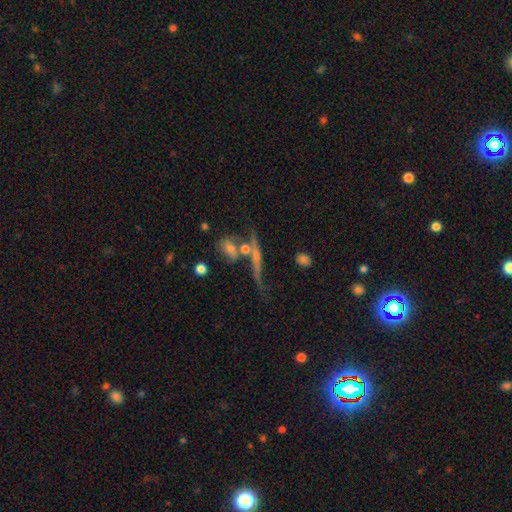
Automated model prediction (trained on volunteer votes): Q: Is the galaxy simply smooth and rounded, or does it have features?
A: featured or disk — 41%.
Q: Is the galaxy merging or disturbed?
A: none — 48%.